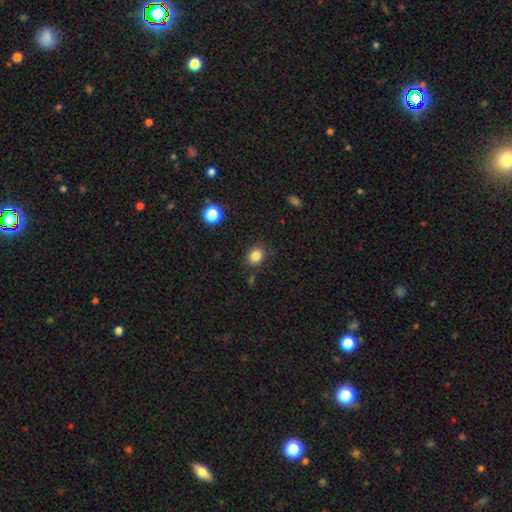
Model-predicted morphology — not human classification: Smooth or featured: smooth — 84% (star or artifact — 11%)
How rounded: round — 51% (in between — 48%)
Merging: none — 82% (minor disturbance — 12%)